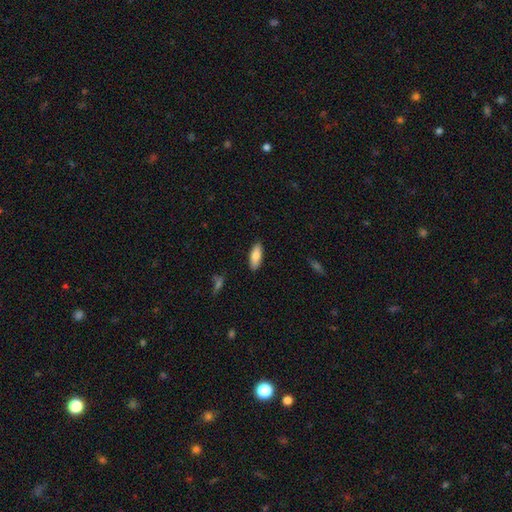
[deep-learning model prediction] A smooth galaxy with no disk features (83%) that is in between round and cigar-shaped (73%). Merging: none (88%).